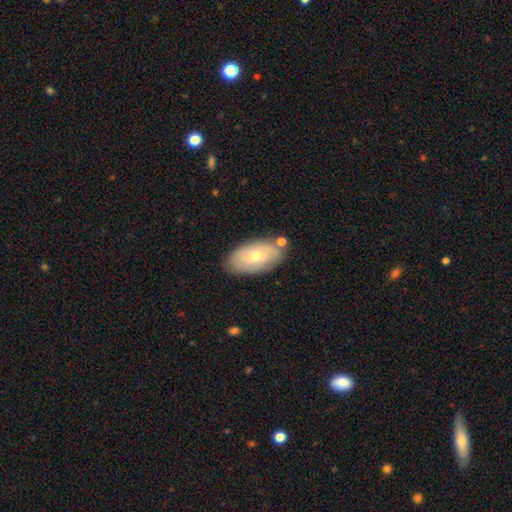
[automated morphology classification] smooth_or_featured: smooth (p=0.62) [alt: featured or disk p=0.31]
how_rounded: in between (p=0.93) [alt: round p=0.05]
merging: none (p=0.75) [alt: minor disturbance p=0.15]